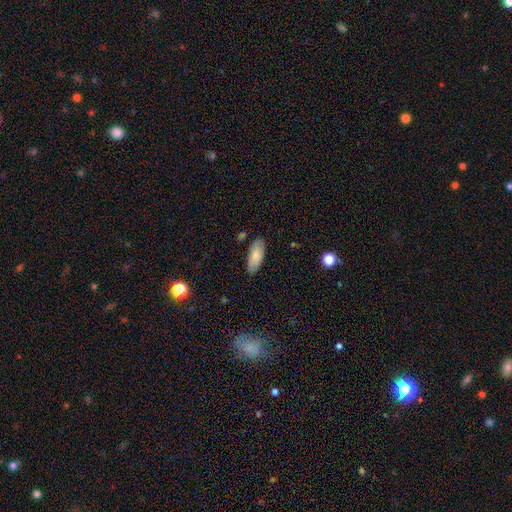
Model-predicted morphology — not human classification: type=smooth (80%); roundness=in between (84%); merging=none (84%).